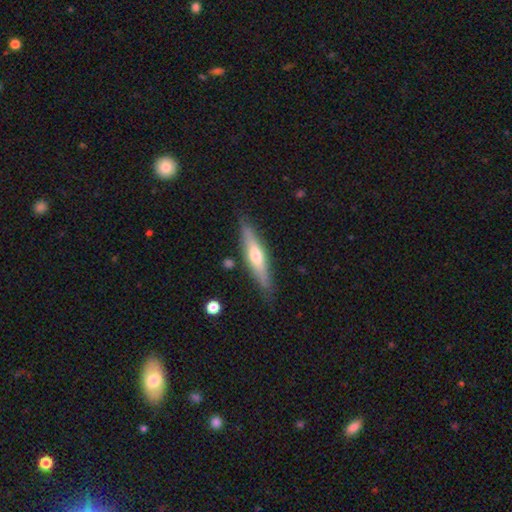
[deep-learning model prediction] Smooth or featured?
  - featured or disk: 49% *
  - smooth: 45%
  - star or artifact: 6%
Merging?
  - none: 84% *
  - minor disturbance: 12%
  - major disturbance: 2%
  - merger: 2%